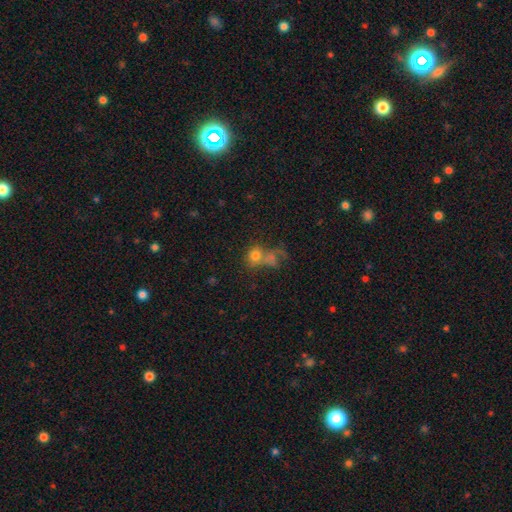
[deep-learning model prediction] The model was most divided on "merging": merger: 44%, none: 33%, major disturbance: 13%, minor disturbance: 11%. More confident: smooth or featured — smooth (71%); how rounded — round (66%).